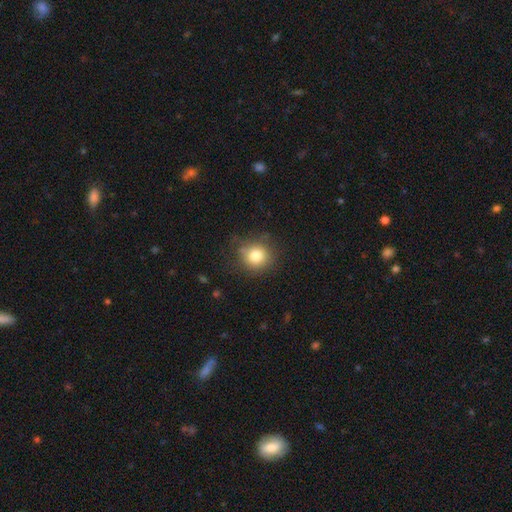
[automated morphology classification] Smooth or featured? smooth (80%)
How rounded? round (86%)
Merging? none (76%)